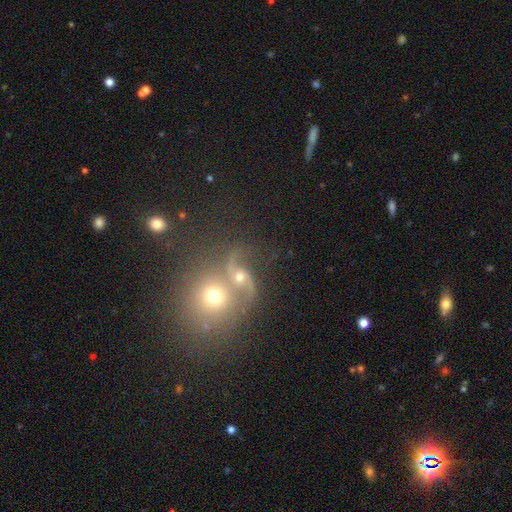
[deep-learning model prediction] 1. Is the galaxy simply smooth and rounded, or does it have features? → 40% featured or disk, 36% smooth, 23% star or artifact.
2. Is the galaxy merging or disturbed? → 48% merger, 32% none, 10% major disturbance, 10% minor disturbance.